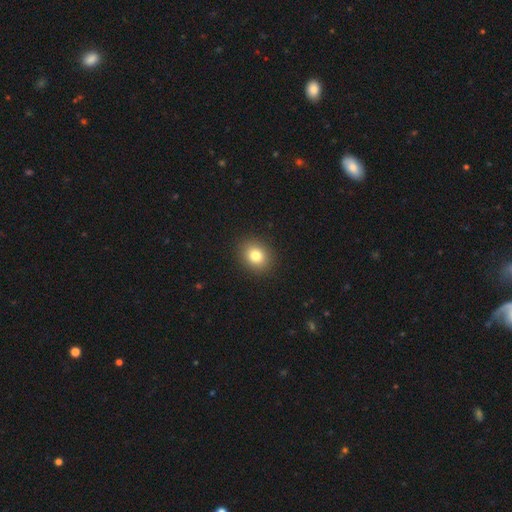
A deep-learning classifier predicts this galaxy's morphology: Q: Smooth or featured?
A: smooth (81%); runner-up: star or artifact (11%)
Q: How rounded?
A: round (66%); runner-up: in between (33%)
Q: Merging?
A: none (91%); runner-up: minor disturbance (6%)